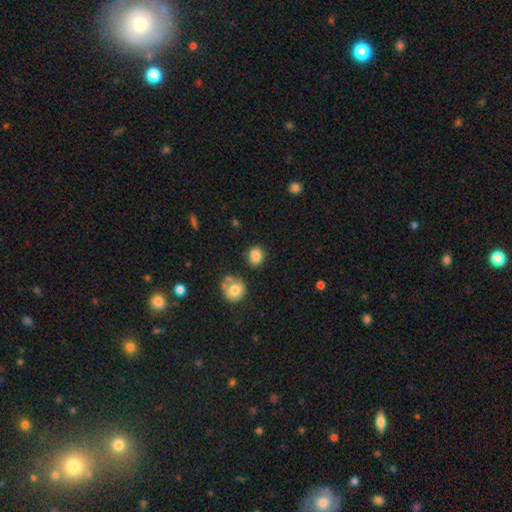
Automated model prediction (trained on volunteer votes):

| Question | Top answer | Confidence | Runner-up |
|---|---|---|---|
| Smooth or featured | smooth | 85% | star or artifact (9%) |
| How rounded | round | 64% | in between (35%) |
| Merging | none | 76% | minor disturbance (14%) |